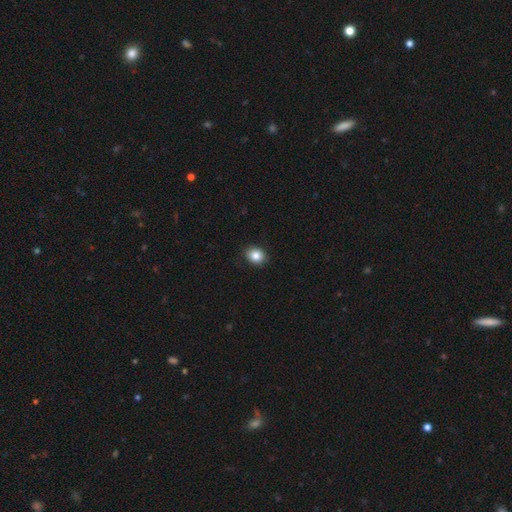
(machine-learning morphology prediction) smooth 84%, star or artifact 9%, featured or disk 6%. Down the decision tree: how rounded — round (53%); merging — none (89%).